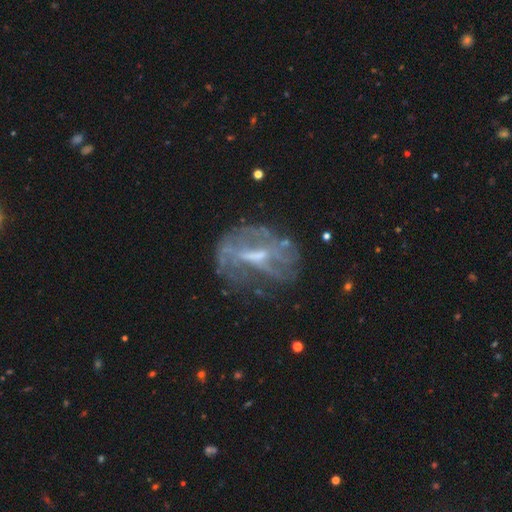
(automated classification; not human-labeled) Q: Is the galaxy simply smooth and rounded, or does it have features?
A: featured or disk — 72%.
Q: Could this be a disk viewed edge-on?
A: no — 93%.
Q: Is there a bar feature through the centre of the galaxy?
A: weak — 44%.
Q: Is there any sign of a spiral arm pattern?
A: no — 55%.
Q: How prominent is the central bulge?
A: moderate — 39%.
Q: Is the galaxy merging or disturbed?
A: none — 51%.